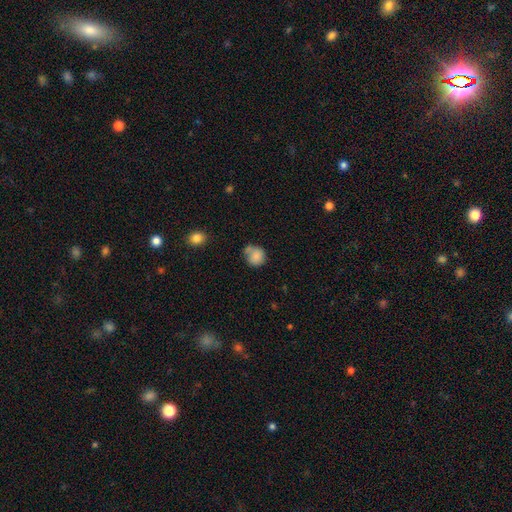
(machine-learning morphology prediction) A smooth galaxy with no disk features (83%) that is round (82%).

Vote fractions:
- Smooth or featured? smooth: 83% / star or artifact: 9% / featured or disk: 8%
- How rounded? round: 82% / in between: 17% / cigar-shaped: 1%
- Merging? none: 53% / minor disturbance: 23% / merger: 17% / major disturbance: 7%